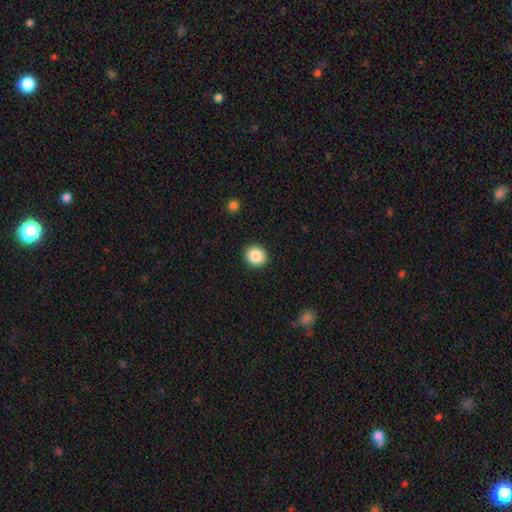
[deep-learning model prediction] Smooth or featured?
  - smooth: 87% *
  - star or artifact: 9%
  - featured or disk: 4%
How rounded?
  - round: 87% *
  - in between: 12%
  - cigar-shaped: 1%
Merging?
  - none: 92% *
  - minor disturbance: 5%
  - major disturbance: 2%
  - merger: 1%